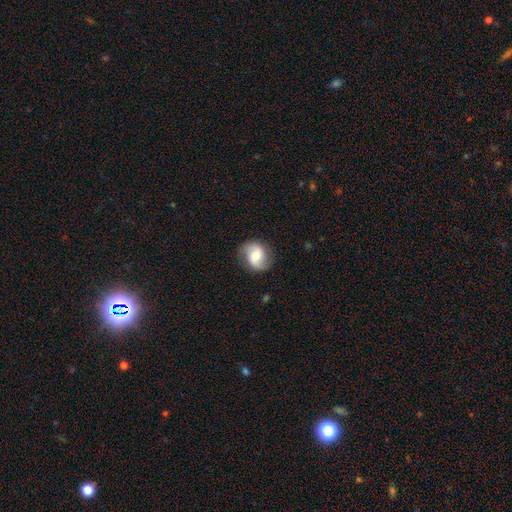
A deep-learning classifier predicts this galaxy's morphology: The model was most divided on "spiral winding": loose: 45%, medium: 39%, tight: 17%. Remaining: edge-on disk — no (97%); spiral arm count — 2 (90%); spiral arms — yes (89%); merging — none (82%); bulge size — moderate (63%); smooth or featured — featured or disk (59%); bar — no (46%).